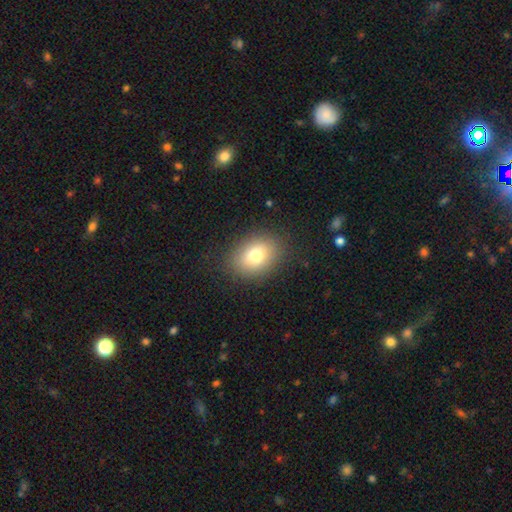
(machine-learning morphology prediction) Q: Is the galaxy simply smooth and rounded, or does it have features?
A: smooth — 76%.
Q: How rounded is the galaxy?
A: in between — 65%.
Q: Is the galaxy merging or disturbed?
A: none — 85%.